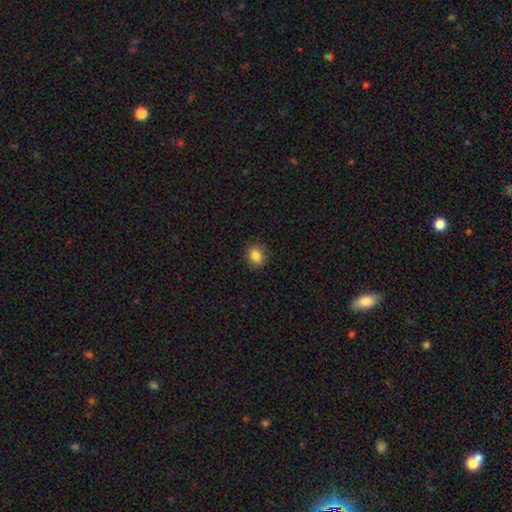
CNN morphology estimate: smooth-or-featured: smooth: 84% | star or artifact: 10% | featured or disk: 5%
  how-rounded: round: 70% | in between: 29% | cigar-shaped: 1%
  merging: none: 88% | minor disturbance: 8% | major disturbance: 2% | merger: 1%